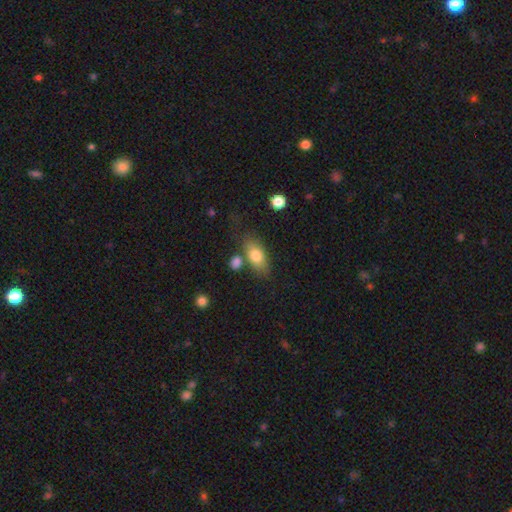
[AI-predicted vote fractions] smooth-or-featured: smooth: 76% | featured or disk: 17% | star or artifact: 7%
  how-rounded: in between: 84% | cigar-shaped: 9% | round: 7%
  merging: none: 65% | minor disturbance: 17% | merger: 12% | major disturbance: 6%